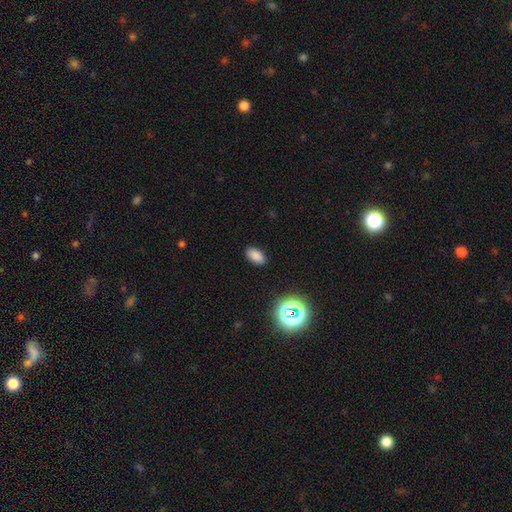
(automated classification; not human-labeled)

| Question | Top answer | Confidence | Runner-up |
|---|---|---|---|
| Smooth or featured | smooth | 81% | star or artifact (14%) |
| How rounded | in between | 92% | round (5%) |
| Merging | none | 88% | minor disturbance (8%) |